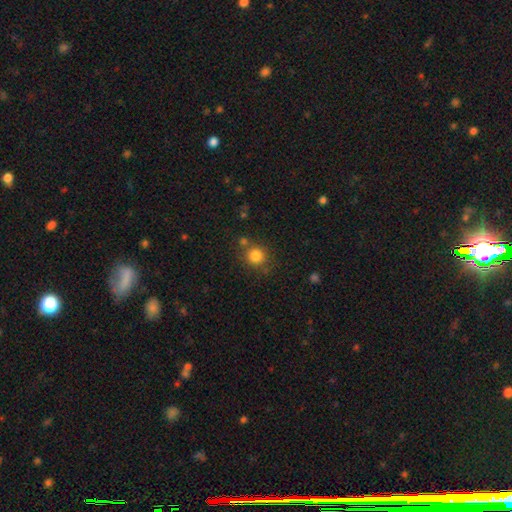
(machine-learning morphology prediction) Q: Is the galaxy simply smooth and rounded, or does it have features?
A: smooth — 82%.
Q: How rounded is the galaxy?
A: round — 90%.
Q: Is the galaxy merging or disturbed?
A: none — 75%.